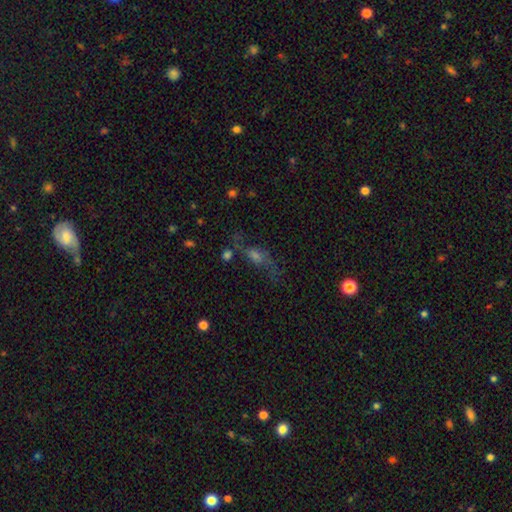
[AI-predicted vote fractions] Smooth or featured? Predicted: featured or disk (p=0.46). Merging? Predicted: none (p=0.51).